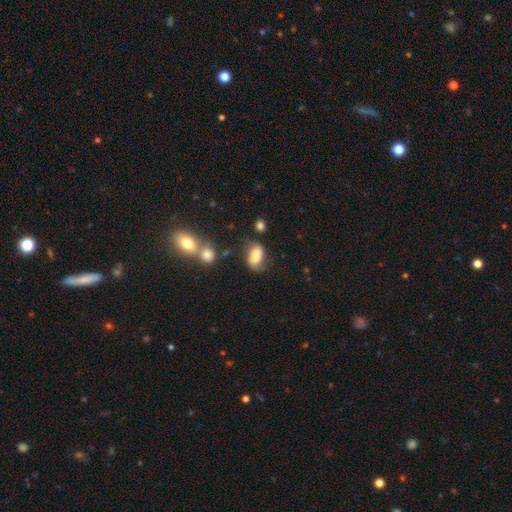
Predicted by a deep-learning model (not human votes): Overall: smooth (71%). How rounded: in between (89%). Merging: none (61%; minor disturbance 23%).